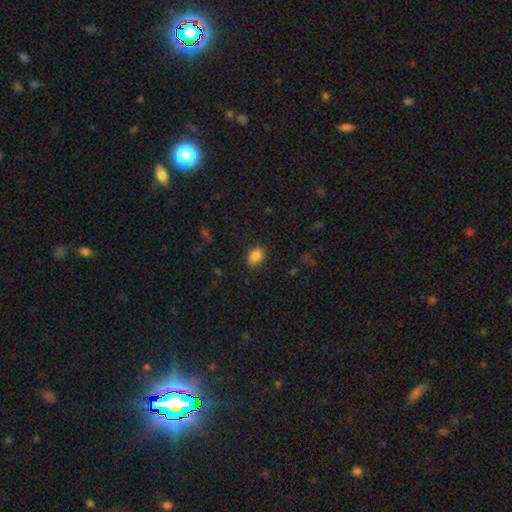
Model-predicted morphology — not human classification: Smooth or featured? Predicted: smooth (p=0.87). How rounded? Predicted: in between (p=0.76). Merging? Predicted: none (p=0.85).